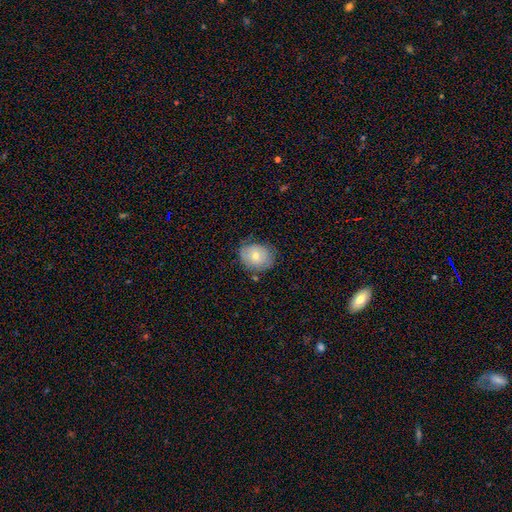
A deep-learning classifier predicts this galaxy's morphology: Smooth or featured?
  - smooth: 62% *
  - featured or disk: 29%
  - star or artifact: 9%
How rounded?
  - round: 54% *
  - in between: 45%
  - cigar-shaped: 1%
Merging?
  - none: 71% *
  - minor disturbance: 22%
  - major disturbance: 5%
  - merger: 2%